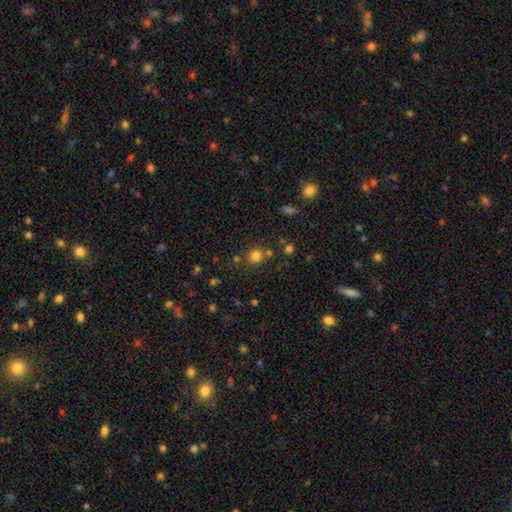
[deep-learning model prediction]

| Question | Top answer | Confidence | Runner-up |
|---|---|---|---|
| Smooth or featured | smooth | 79% | star or artifact (16%) |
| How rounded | round | 89% | in between (10%) |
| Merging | none | 75% | merger (11%) |